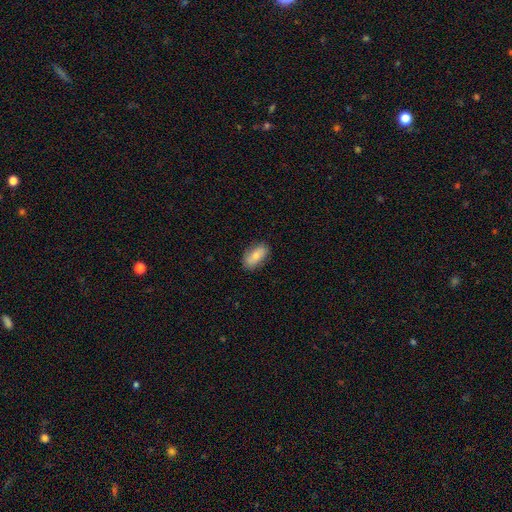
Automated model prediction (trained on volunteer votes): Smooth or featured? Predicted: smooth (p=0.75). How rounded? Predicted: in between (p=0.88). Merging? Predicted: none (p=0.83).